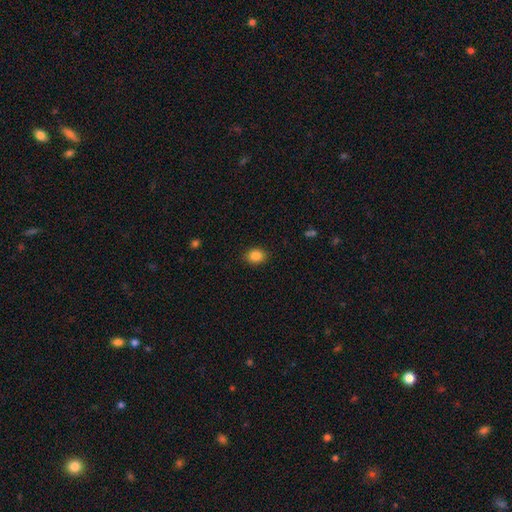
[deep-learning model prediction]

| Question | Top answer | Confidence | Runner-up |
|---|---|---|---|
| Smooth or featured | smooth | 86% | star or artifact (10%) |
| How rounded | in between | 51% | round (48%) |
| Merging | none | 89% | minor disturbance (8%) |